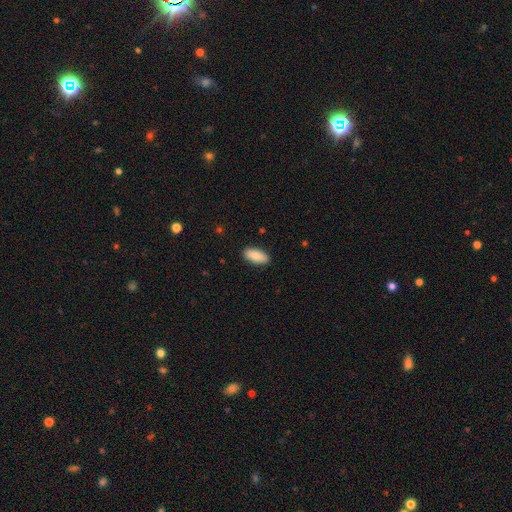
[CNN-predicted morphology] type=smooth (90%); roundness=in between (88%); merging=none (89%).